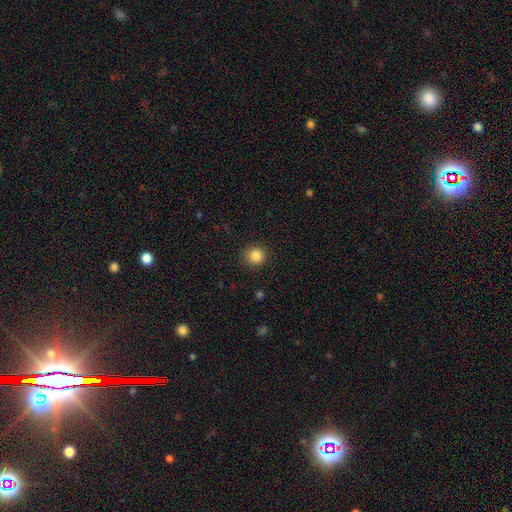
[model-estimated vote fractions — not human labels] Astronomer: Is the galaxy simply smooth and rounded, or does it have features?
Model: smooth — 85%.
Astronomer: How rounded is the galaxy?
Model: round — 91%.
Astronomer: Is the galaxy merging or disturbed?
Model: none — 89%.